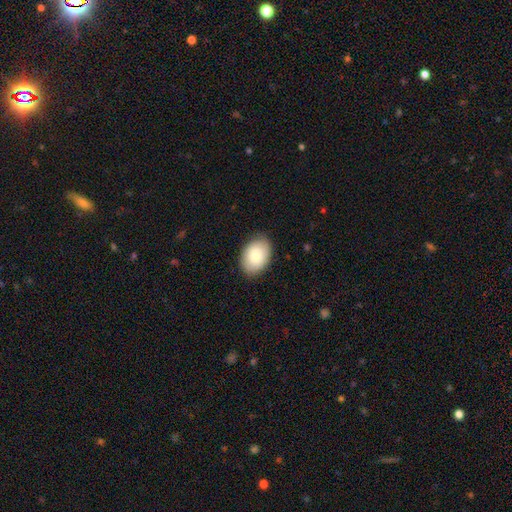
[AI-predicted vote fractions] smooth-or-featured: smooth: 82% | featured or disk: 12% | star or artifact: 6%
  how-rounded: in between: 83% | round: 16% | cigar-shaped: 1%
  merging: none: 87% | minor disturbance: 10% | major disturbance: 2% | merger: 1%